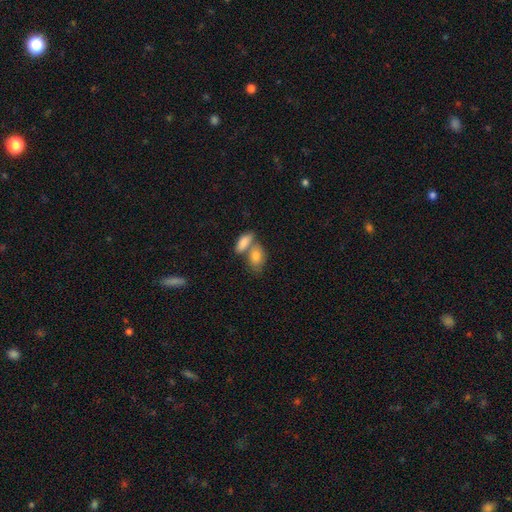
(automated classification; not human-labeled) smooth 83%, featured or disk 11%, star or artifact 6%. Down the decision tree: how rounded — in between (87%); merging — merger (52%).